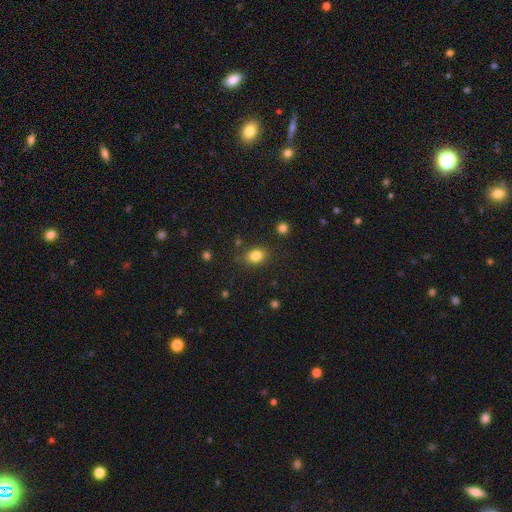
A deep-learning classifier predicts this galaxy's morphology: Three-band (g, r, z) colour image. It shows a smooth galaxy with no disk features (83%) that is in between round and cigar-shaped (68%). Merging: none (82%).